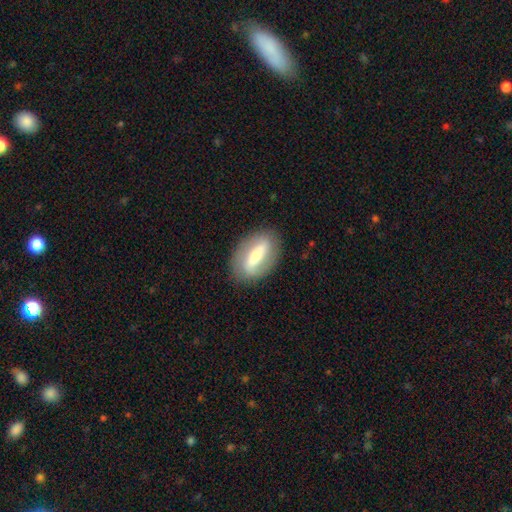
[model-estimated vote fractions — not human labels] The model was most divided on "smooth or featured": featured or disk: 55%, smooth: 38%, star or artifact: 6%. More confident: merging — none (85%); edge-on disk — no (82%).